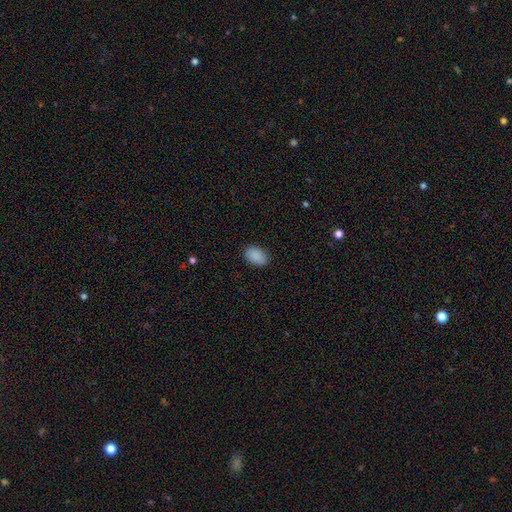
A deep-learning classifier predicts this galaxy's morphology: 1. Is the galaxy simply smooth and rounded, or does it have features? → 90% smooth, 7% star or artifact, 3% featured or disk.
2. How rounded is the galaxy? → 88% in between, 11% round, 1% cigar-shaped.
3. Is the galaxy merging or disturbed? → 88% none, 9% minor disturbance, 2% major disturbance, 1% merger.